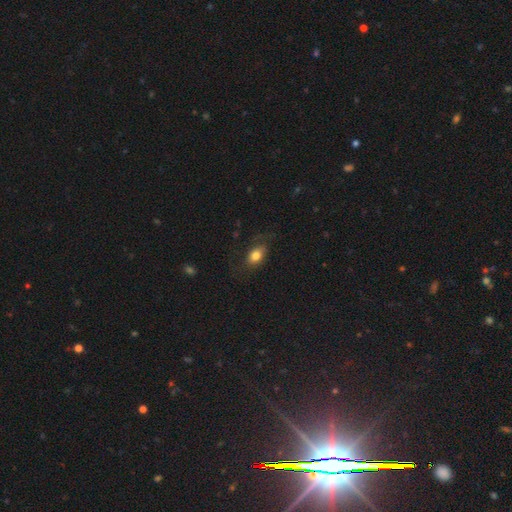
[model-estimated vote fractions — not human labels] This appears to be a smooth galaxy with no disk features (79%) that is in between round and cigar-shaped (81%). Merging: none (70%).